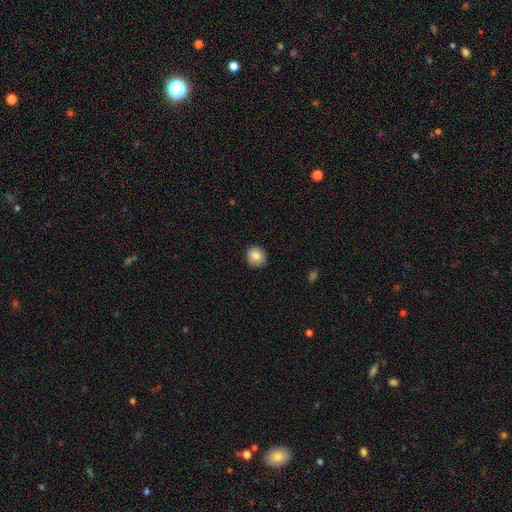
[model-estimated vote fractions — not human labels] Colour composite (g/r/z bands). It shows a smooth galaxy with no disk features (85%) that is round (81%). Merging: none (86%).